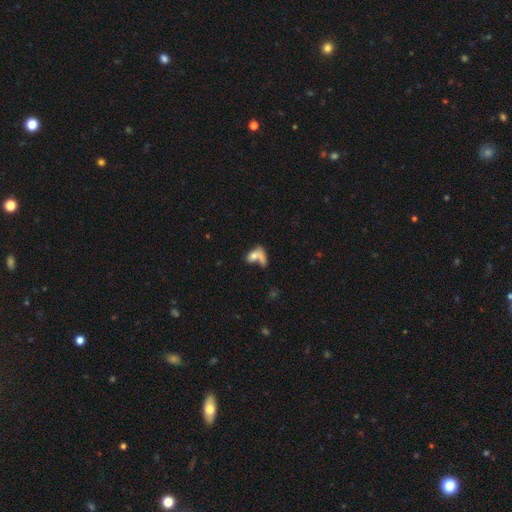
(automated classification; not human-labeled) smooth_or_featured: smooth (p=0.68) [alt: featured or disk p=0.21]
how_rounded: in between (p=0.72) [alt: round p=0.16]
merging: merger (p=0.50) [alt: none p=0.27]